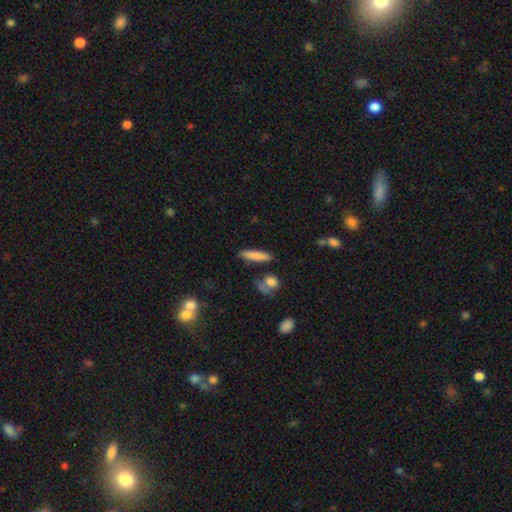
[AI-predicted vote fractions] Morphology: type=smooth (79%); roundness=cigar-shaped (80%); merging=none (79%).